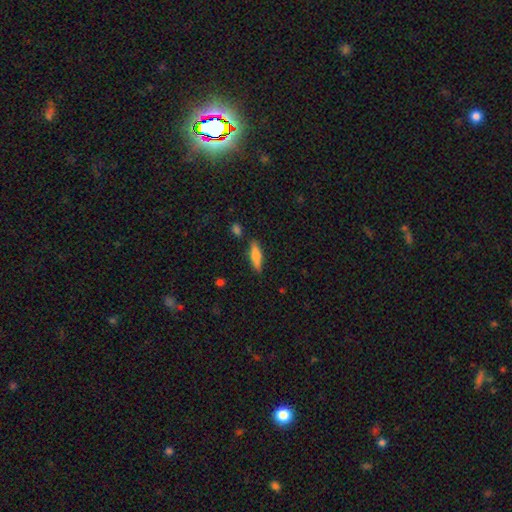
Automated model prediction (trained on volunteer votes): Q: Smooth or featured?
A: smooth (67%); runner-up: featured or disk (27%)
Q: How rounded?
A: cigar-shaped (59%); runner-up: in between (39%)
Q: Merging?
A: none (82%); runner-up: minor disturbance (12%)